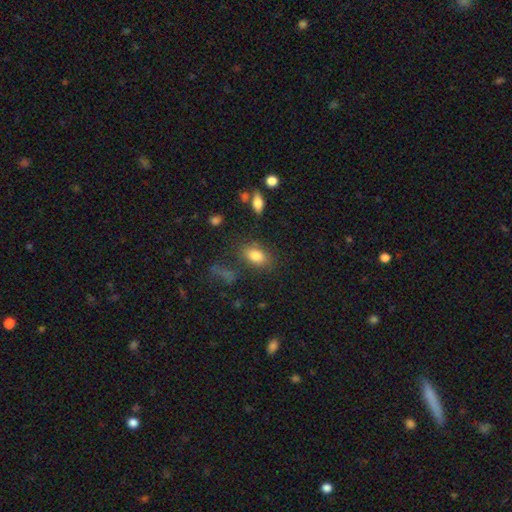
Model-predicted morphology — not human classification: smooth_or_featured: smooth (p=0.82) [alt: star or artifact p=0.09]
how_rounded: in between (p=0.85) [alt: round p=0.13]
merging: none (p=0.75) [alt: minor disturbance p=0.15]